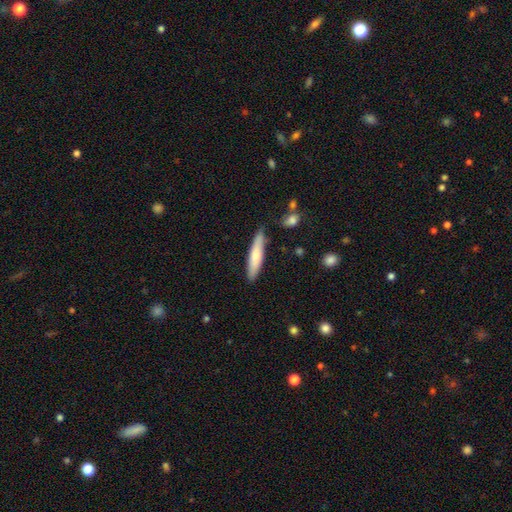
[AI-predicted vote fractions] Morphology: type=smooth (71%); roundness=cigar-shaped (83%); merging=none (82%).